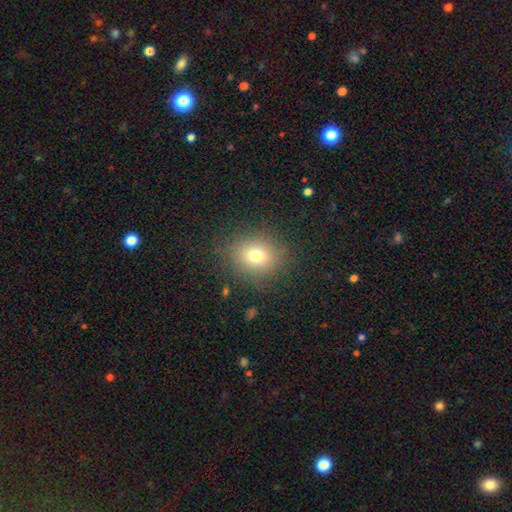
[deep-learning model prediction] smooth 74%, star or artifact 15%, featured or disk 11%. Down the decision tree: how rounded — round (74%); merging — none (86%).